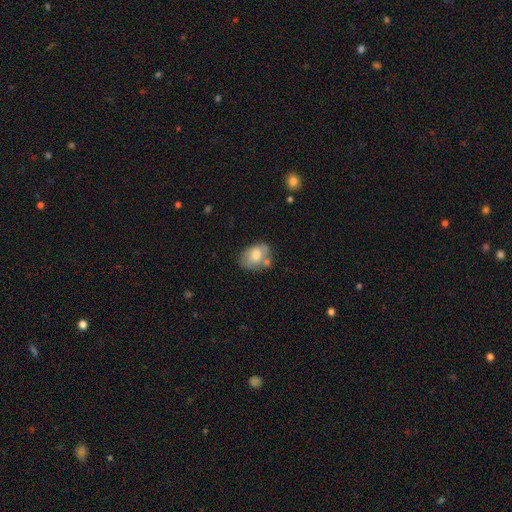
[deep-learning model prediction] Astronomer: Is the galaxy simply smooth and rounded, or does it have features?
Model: smooth — 70%.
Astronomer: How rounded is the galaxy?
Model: in between — 75%.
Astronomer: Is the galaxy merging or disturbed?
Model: none — 50%.